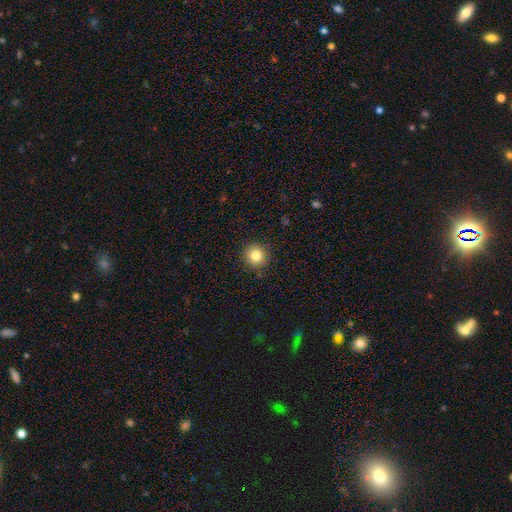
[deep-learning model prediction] The model was most divided on "smooth or featured": smooth: 83%, star or artifact: 11%, featured or disk: 6%. More confident: how rounded — round (94%); merging — none (90%).